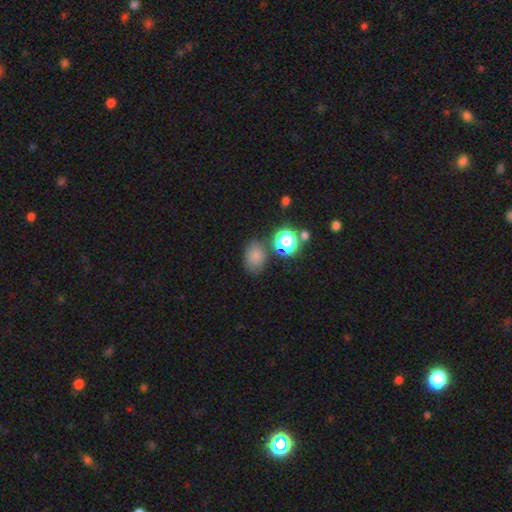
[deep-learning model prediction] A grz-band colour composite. It shows a smooth galaxy with no disk features (75%) that is in between round and cigar-shaped (64%). Merging: none (70%).